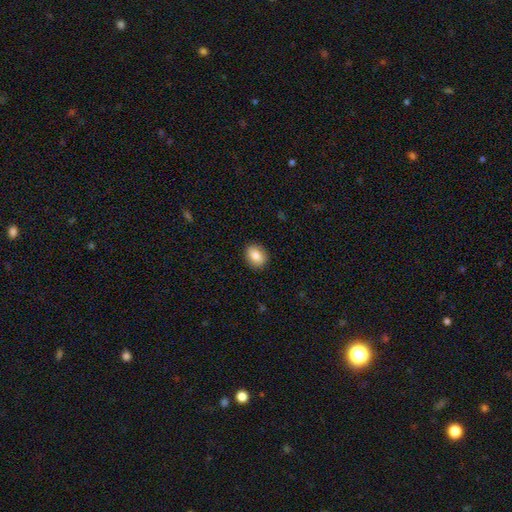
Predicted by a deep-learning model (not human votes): smooth-or-featured: smooth: 85% | star or artifact: 8% | featured or disk: 7%
  how-rounded: in between: 64% | round: 35% | cigar-shaped: 1%
  merging: none: 89% | minor disturbance: 8% | major disturbance: 2% | merger: 1%